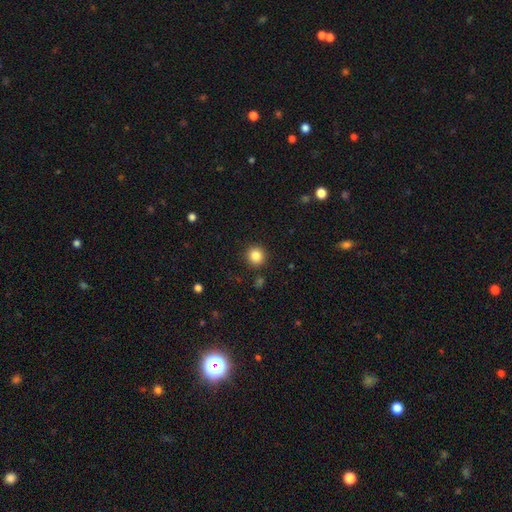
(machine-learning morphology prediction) Smooth or featured: smooth — 85% (star or artifact — 11%)
How rounded: round — 93% (in between — 7%)
Merging: none — 91% (minor disturbance — 6%)